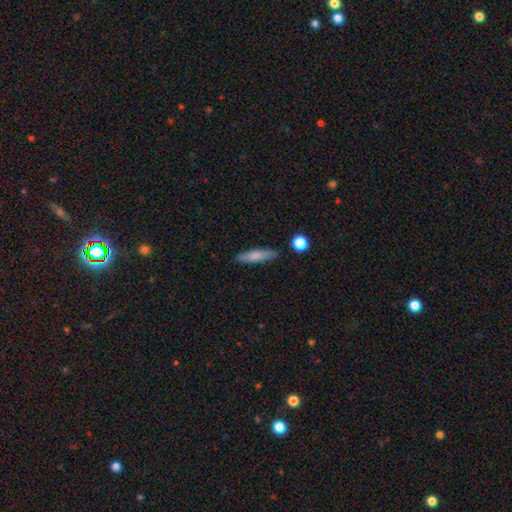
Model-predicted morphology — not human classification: smooth_or_featured: smooth (p=0.74) [alt: featured or disk p=0.19]
how_rounded: cigar-shaped (p=0.81) [alt: in between p=0.17]
merging: none (p=0.86) [alt: minor disturbance p=0.09]